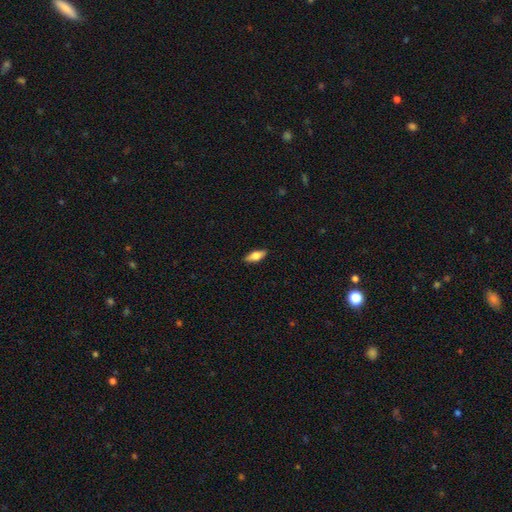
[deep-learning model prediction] smooth_or_featured: smooth (p=0.69) [alt: featured or disk p=0.24]
how_rounded: in between (p=0.75) [alt: cigar-shaped p=0.22]
merging: none (p=0.89) [alt: minor disturbance p=0.08]